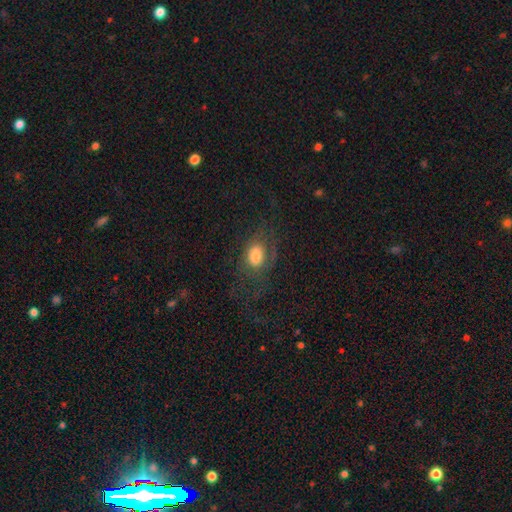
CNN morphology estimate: Smooth or featured? smooth (58%)
How rounded? in between (77%)
Merging? none (49%)